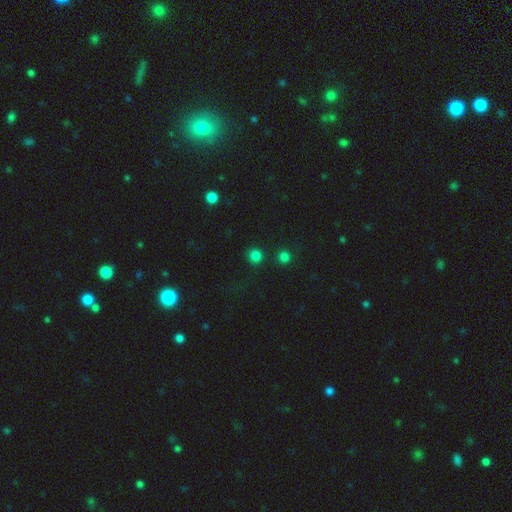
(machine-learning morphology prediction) A smooth galaxy with no disk features (80%) that is round (92%).

Vote fractions:
- Smooth or featured? smooth: 80% / star or artifact: 16% / featured or disk: 4%
- How rounded? round: 92% / in between: 7% / cigar-shaped: 1%
- Merging? none: 83% / minor disturbance: 7% / merger: 6% / major disturbance: 3%